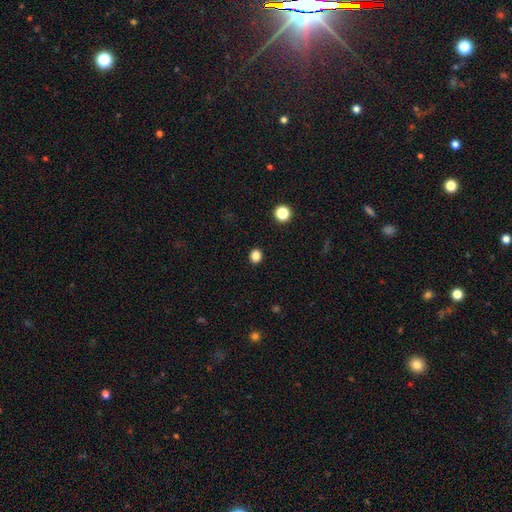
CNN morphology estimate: Smooth or featured? Predicted: smooth (p=0.84). How rounded? Predicted: round (p=0.72). Merging? Predicted: none (p=0.91).